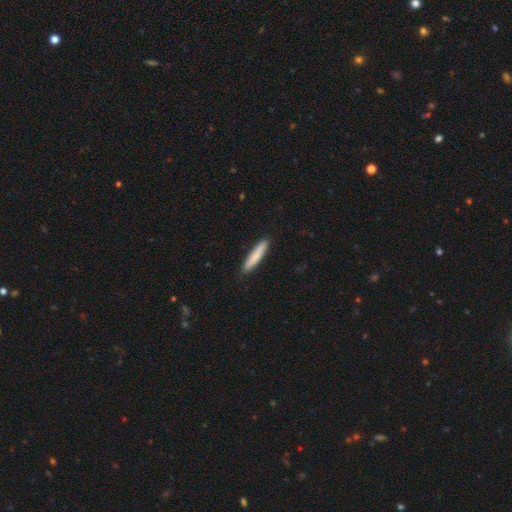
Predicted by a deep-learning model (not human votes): smooth-or-featured: smooth: 82% | featured or disk: 13% | star or artifact: 5%
  how-rounded: cigar-shaped: 92% | in between: 7% | round: 1%
  merging: none: 90% | minor disturbance: 7% | major disturbance: 1% | merger: 1%